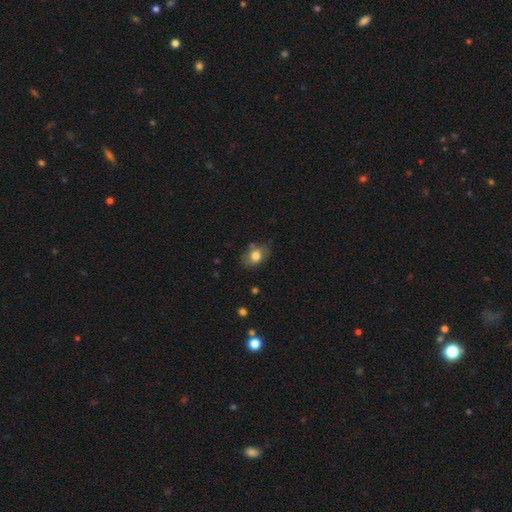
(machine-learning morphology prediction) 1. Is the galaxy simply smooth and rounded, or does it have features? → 78% smooth, 13% featured or disk, 9% star or artifact.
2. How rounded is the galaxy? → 64% in between, 34% round, 1% cigar-shaped.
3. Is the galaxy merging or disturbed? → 67% none, 23% minor disturbance, 6% major disturbance, 5% merger.